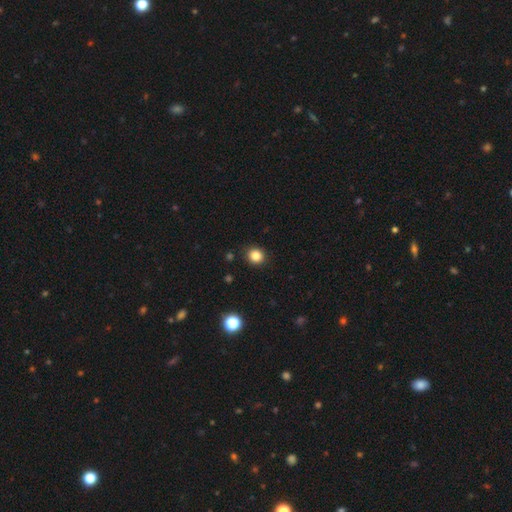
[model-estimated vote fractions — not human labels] smooth_or_featured: smooth (p=0.84) [alt: star or artifact p=0.12]
how_rounded: round (p=0.86) [alt: in between p=0.13]
merging: none (p=0.90) [alt: minor disturbance p=0.07]